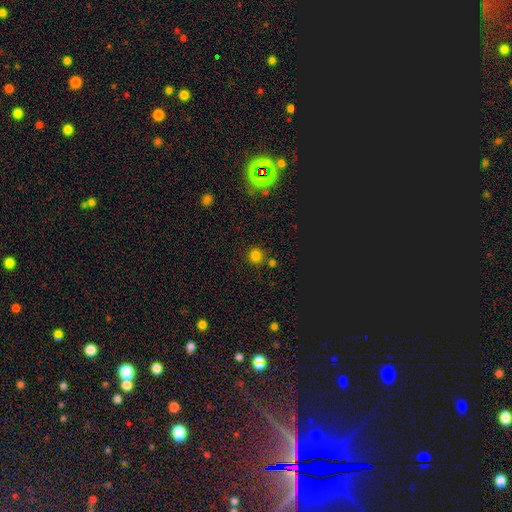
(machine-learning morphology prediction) The model was most divided on "smooth or featured": smooth: 76%, star or artifact: 19%, featured or disk: 5%. More confident: how rounded — round (93%); merging — none (80%).